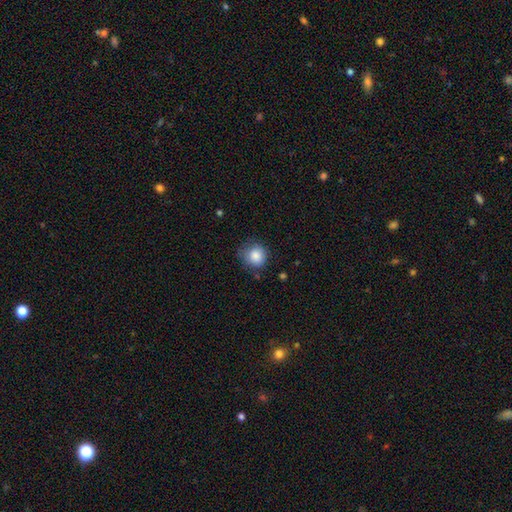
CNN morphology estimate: Smooth or featured? Predicted: smooth (p=0.84). How rounded? Predicted: round (p=0.86). Merging? Predicted: none (p=0.69).